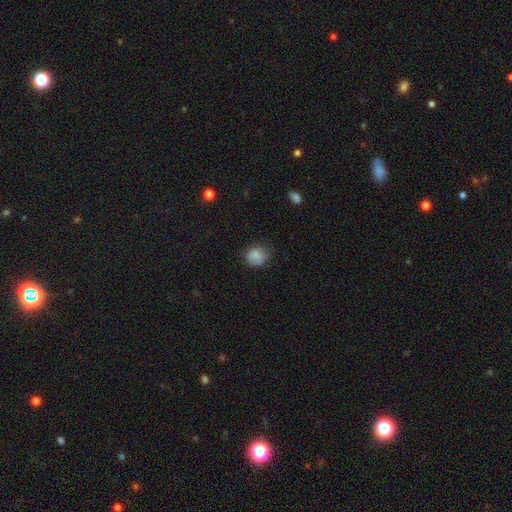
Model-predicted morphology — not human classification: A smooth galaxy with no disk features (84%) that is round (69%).

Vote fractions:
- Smooth or featured? smooth: 84% / star or artifact: 9% / featured or disk: 7%
- How rounded? round: 69% / in between: 30% / cigar-shaped: 1%
- Merging? none: 64% / minor disturbance: 28% / major disturbance: 7% / merger: 1%